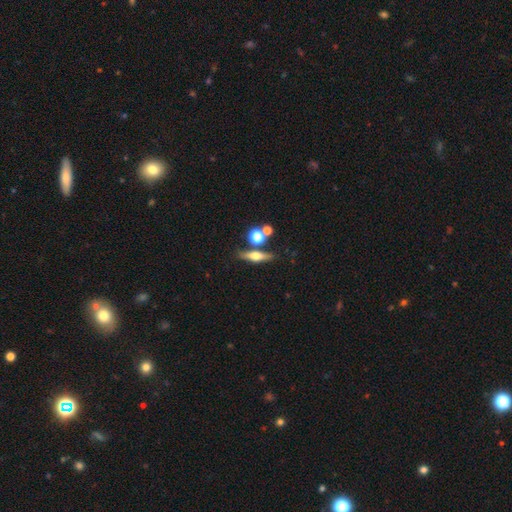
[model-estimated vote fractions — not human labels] smooth_or_featured: featured or disk (p=0.58) [alt: smooth p=0.33]
disk_edge_on: yes (p=0.93) [alt: no p=0.07]
edge_on_bulge: rounded (p=0.93) [alt: boxy p=0.04]
merging: none (p=0.75) [alt: merger p=0.11]